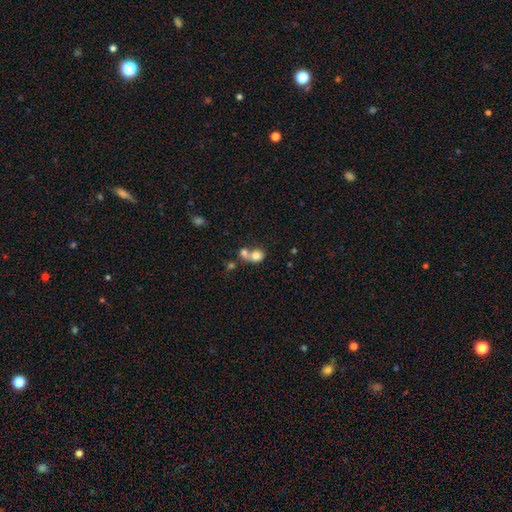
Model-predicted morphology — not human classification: Smooth or featured: smooth — 76% (featured or disk — 15%)
How rounded: round — 60% (in between — 39%)
Merging: merger — 67% (none — 21%)